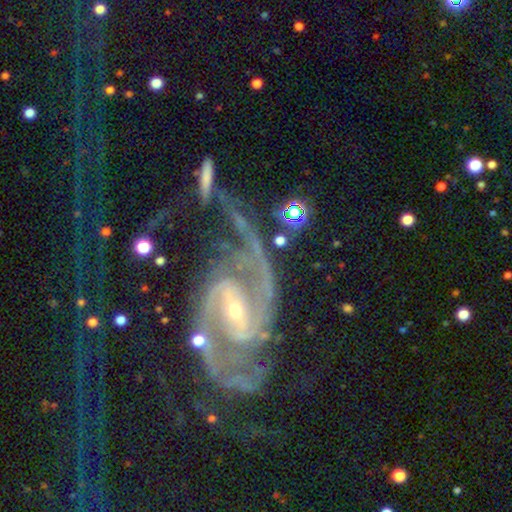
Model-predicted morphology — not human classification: This appears to be a featured or disk galaxy (93%) with a strong bar (48%), 2 (85%) medium (50%) spiral arms (98%) and a small central bulge (70%). Merging: none (45%).